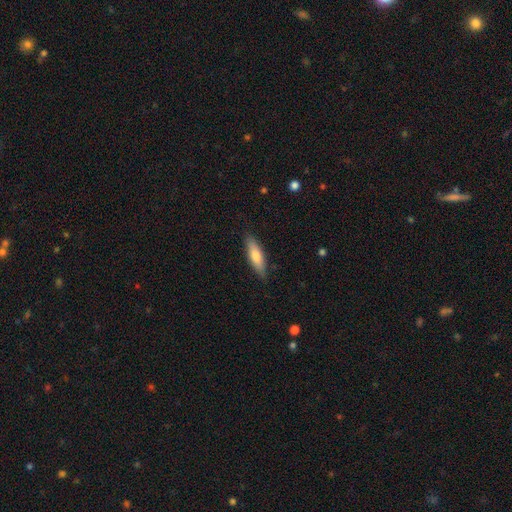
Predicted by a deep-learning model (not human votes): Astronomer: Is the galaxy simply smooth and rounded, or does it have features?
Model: smooth — 69%.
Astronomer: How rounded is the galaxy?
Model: cigar-shaped — 63%.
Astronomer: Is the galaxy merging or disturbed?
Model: none — 84%.